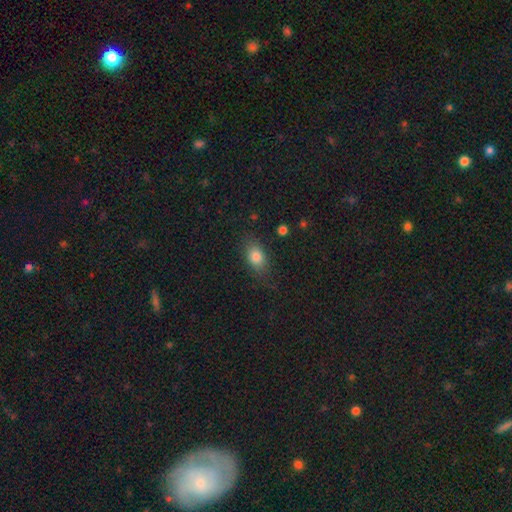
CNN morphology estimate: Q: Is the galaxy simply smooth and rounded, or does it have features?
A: smooth — 81%.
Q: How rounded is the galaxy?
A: in between — 79%.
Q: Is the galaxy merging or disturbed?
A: none — 78%.